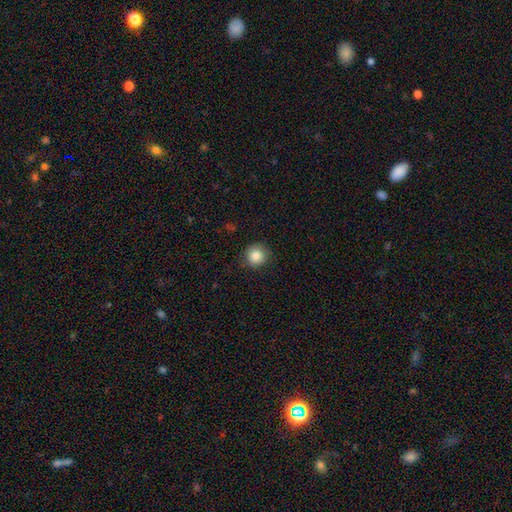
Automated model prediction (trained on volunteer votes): Smooth or featured? smooth (86%)
How rounded? round (92%)
Merging? none (85%)